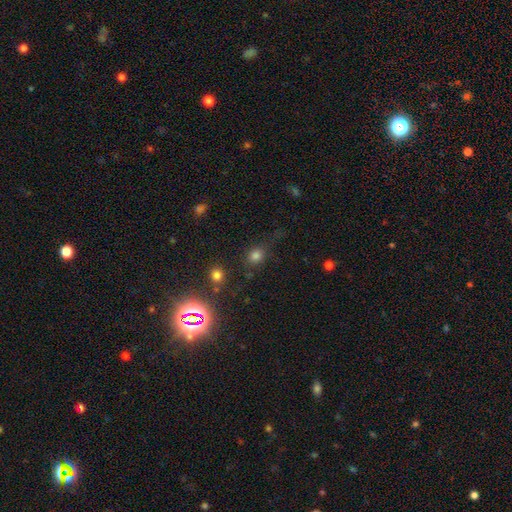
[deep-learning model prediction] Overall: smooth (75%). How rounded: round (72%). Merging: none (72%).